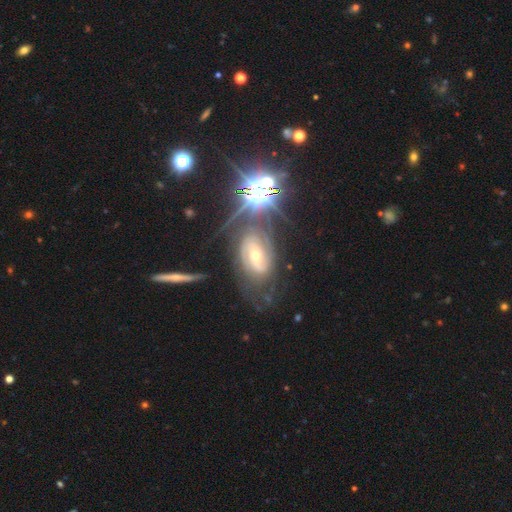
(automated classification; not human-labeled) The model was most divided on "bar": no: 38%, weak: 37%, strong: 24%. Remaining: edge-on disk — no (91%); spiral arms — yes (82%); smooth or featured — featured or disk (68%); merging — none (61%); spiral winding — tight (57%); bulge size — moderate (48%); spiral arm count — 2 (41%).